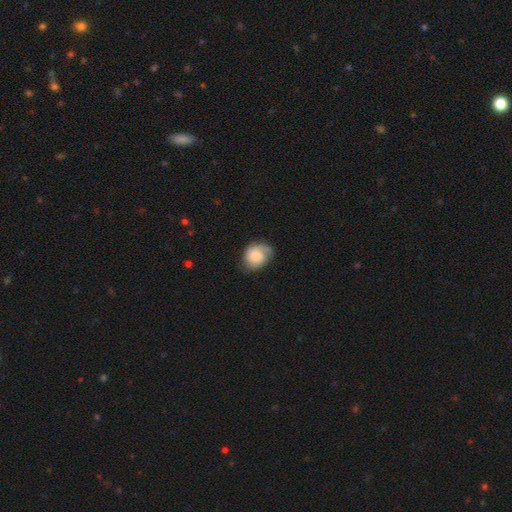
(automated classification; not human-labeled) Smooth or featured? Predicted: smooth (p=0.50). Merging? Predicted: none (p=0.56).